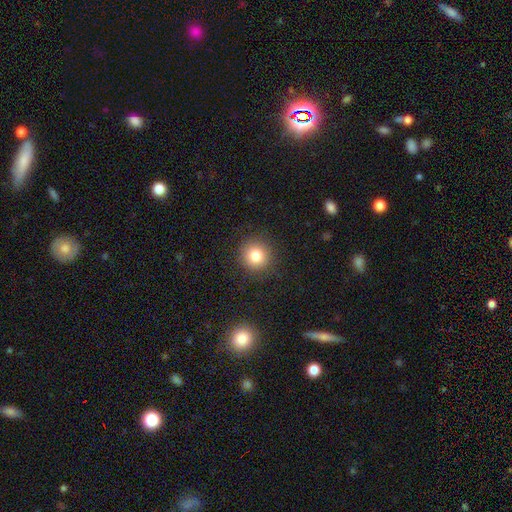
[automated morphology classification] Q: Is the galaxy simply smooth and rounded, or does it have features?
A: smooth — 82%.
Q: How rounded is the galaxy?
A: round — 93%.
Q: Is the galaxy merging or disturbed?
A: none — 90%.